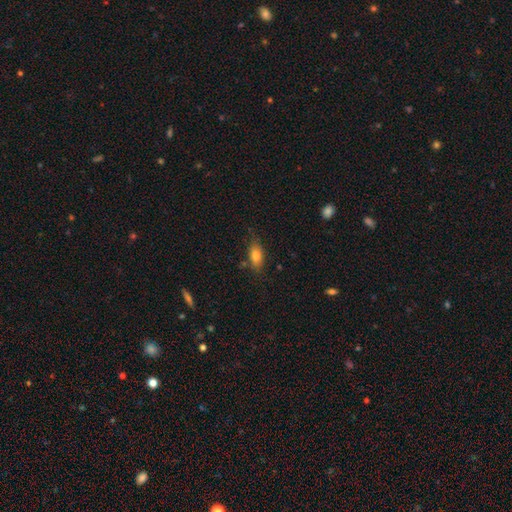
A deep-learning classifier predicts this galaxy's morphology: This is likely a smooth galaxy (80%). How rounded: clearly in between (85%). Merging: likely none (73%).